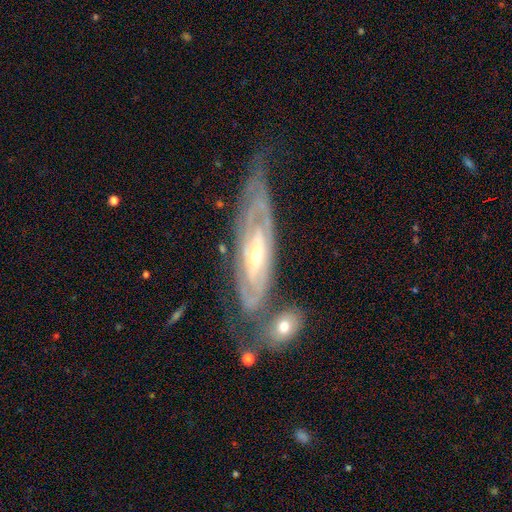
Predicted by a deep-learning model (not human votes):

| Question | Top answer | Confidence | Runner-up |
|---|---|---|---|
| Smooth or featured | featured or disk | 84% | smooth (10%) |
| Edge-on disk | no | 83% | yes (17%) |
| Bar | no | 50% | weak (31%) |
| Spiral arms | yes | 86% | no (14%) |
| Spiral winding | tight | 69% | medium (24%) |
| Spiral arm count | can't tell | 48% | 2 (31%) |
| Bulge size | moderate | 55% | small (40%) |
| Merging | none | 57% | minor disturbance (22%) |